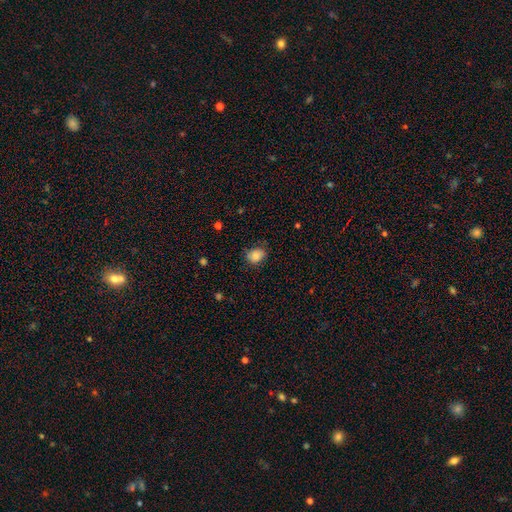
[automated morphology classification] The model was most divided on "how rounded": in between: 50%, round: 49%, cigar-shaped: 1%. More confident: smooth or featured — smooth (85%); merging — none (72%).